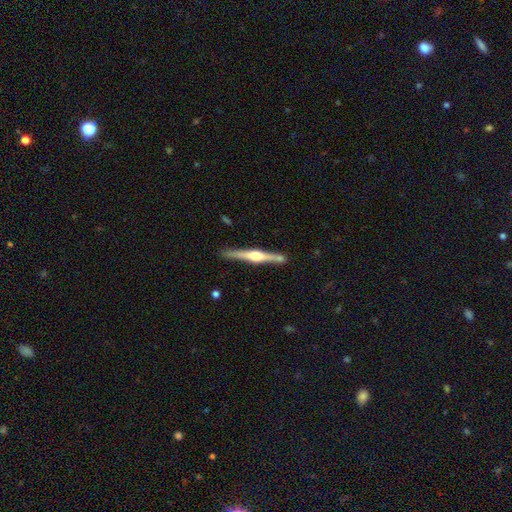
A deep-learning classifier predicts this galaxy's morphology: Q: Smooth or featured?
A: featured or disk (79%); runner-up: smooth (16%)
Q: Edge-on disk?
A: yes (98%); runner-up: no (2%)
Q: Edge-on bulge?
A: rounded (91%); runner-up: boxy (6%)
Q: Merging?
A: none (84%); runner-up: minor disturbance (9%)